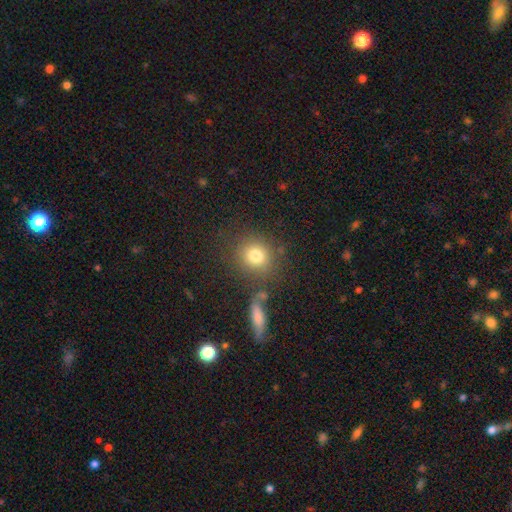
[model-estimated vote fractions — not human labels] Smooth or featured: smooth — 79% (star or artifact — 12%)
How rounded: round — 84% (in between — 15%)
Merging: none — 77% (minor disturbance — 11%)